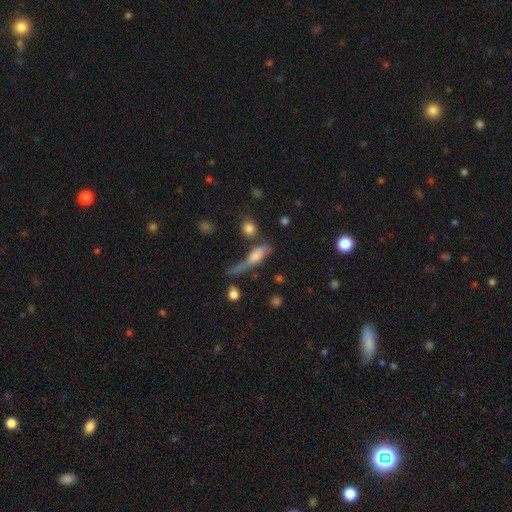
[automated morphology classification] smooth_or_featured: smooth (p=0.57) [alt: featured or disk p=0.32]
how_rounded: cigar-shaped (p=0.53) [alt: in between p=0.40]
merging: none (p=0.33) [alt: major disturbance p=0.27]